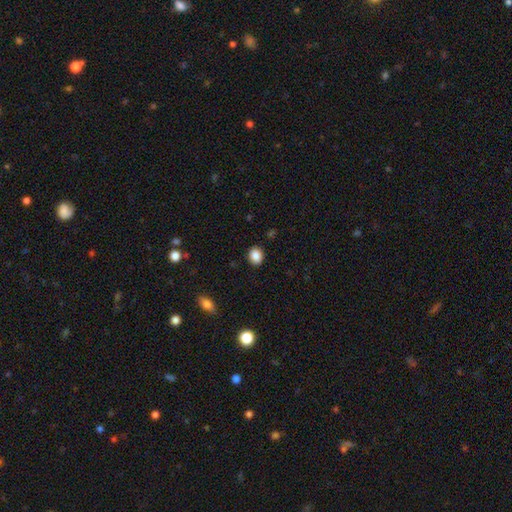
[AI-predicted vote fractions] smooth_or_featured: smooth (p=0.87) [alt: star or artifact p=0.09]
how_rounded: round (p=0.52) [alt: in between p=0.47]
merging: none (p=0.90) [alt: minor disturbance p=0.07]